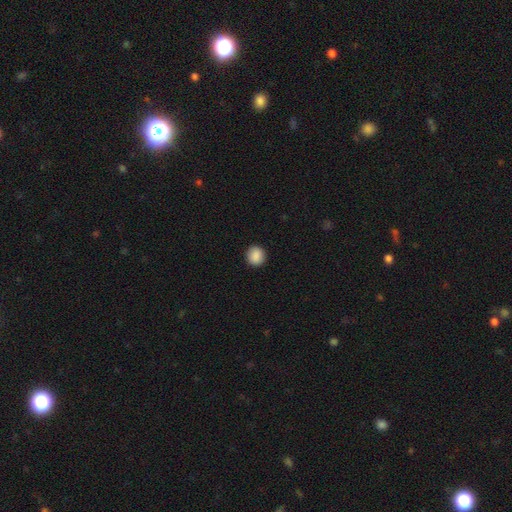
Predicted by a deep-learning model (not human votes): Overall: smooth (89%). How rounded: round (86%). Merging: none (91%).